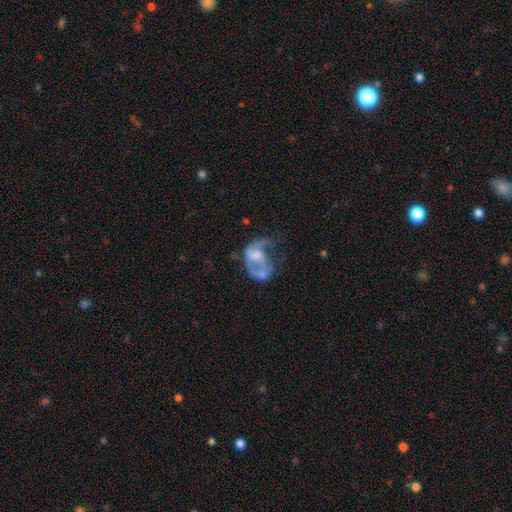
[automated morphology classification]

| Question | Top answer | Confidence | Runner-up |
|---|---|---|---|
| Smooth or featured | featured or disk | 62% | smooth (28%) |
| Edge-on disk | no | 97% | yes (3%) |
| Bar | no | 70% | weak (24%) |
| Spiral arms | no | 58% | yes (42%) |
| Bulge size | none | 36% | moderate (32%) |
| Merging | major disturbance | 48% | none (20%) |